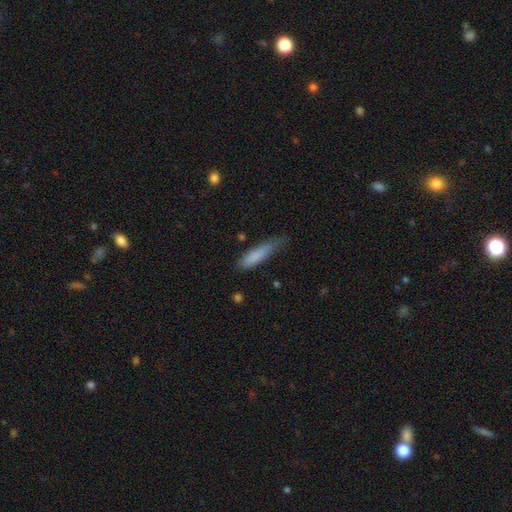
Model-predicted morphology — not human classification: Smooth or featured?
  - smooth: 82% *
  - featured or disk: 12%
  - star or artifact: 7%
How rounded?
  - cigar-shaped: 75% *
  - in between: 24%
  - round: 2%
Merging?
  - none: 52% *
  - minor disturbance: 35%
  - major disturbance: 10%
  - merger: 2%